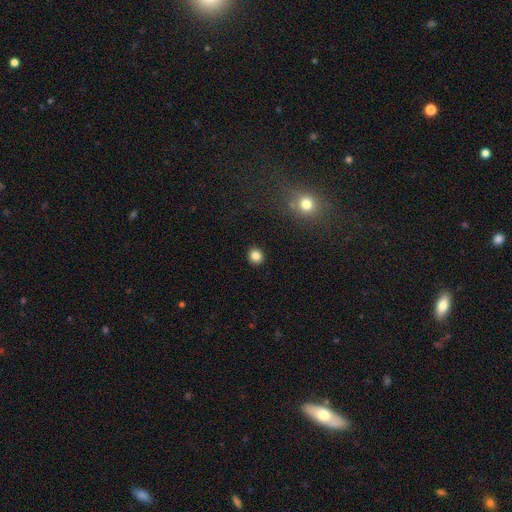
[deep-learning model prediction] Smooth or featured?
  - smooth: 84% *
  - star or artifact: 12%
  - featured or disk: 4%
How rounded?
  - round: 89% *
  - in between: 10%
  - cigar-shaped: 1%
Merging?
  - none: 92% *
  - minor disturbance: 5%
  - major disturbance: 2%
  - merger: 1%